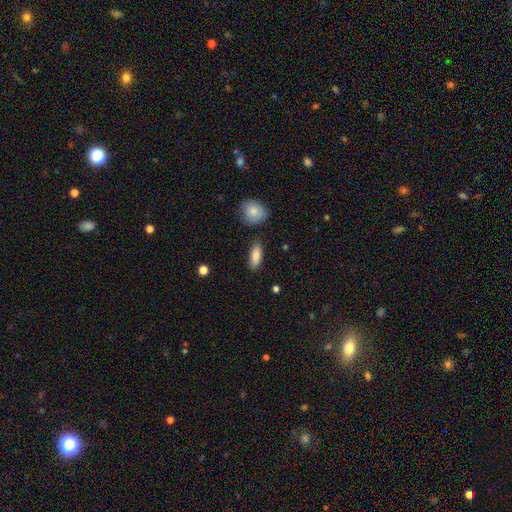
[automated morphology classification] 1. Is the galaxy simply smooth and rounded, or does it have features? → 86% smooth, 8% featured or disk, 6% star or artifact.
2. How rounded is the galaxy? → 74% in between, 24% cigar-shaped, 3% round.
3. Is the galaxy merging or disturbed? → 84% none, 10% minor disturbance, 3% merger, 2% major disturbance.